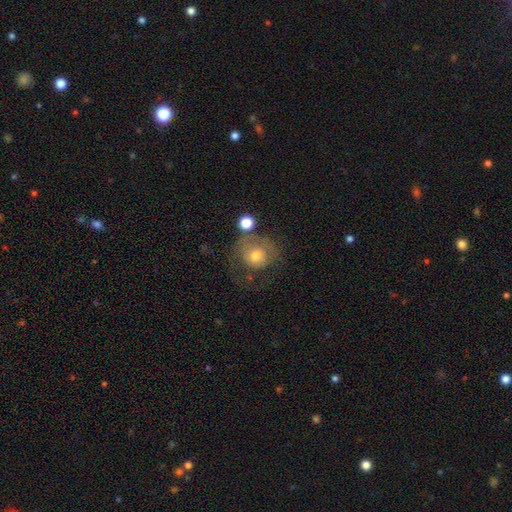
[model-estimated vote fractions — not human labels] This is possibly a smooth galaxy (52%). How rounded: likely round (79%). Merging: marginally none (40%).